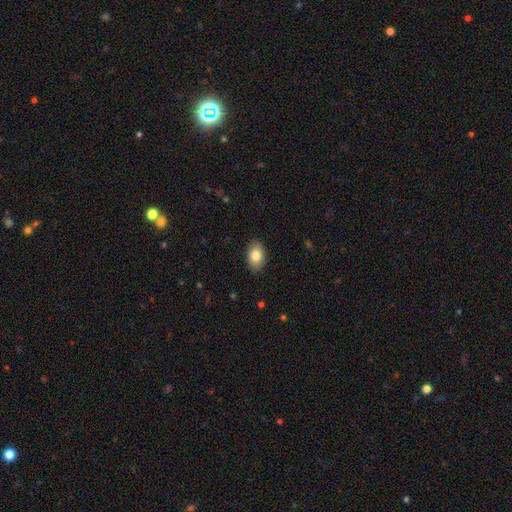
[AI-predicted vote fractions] This is clearly a smooth galaxy (83%). How rounded: clearly in between (88%). Merging: clearly none (89%).